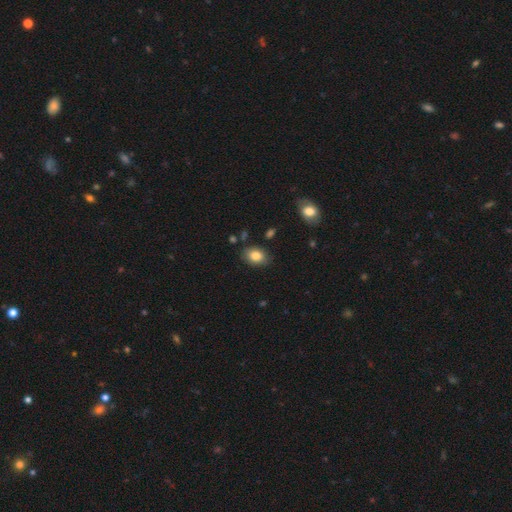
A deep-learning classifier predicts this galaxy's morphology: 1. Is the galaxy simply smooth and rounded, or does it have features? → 84% smooth, 9% star or artifact, 7% featured or disk.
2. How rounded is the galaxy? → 69% in between, 30% round, 1% cigar-shaped.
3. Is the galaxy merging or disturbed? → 80% none, 14% minor disturbance, 3% major disturbance, 2% merger.